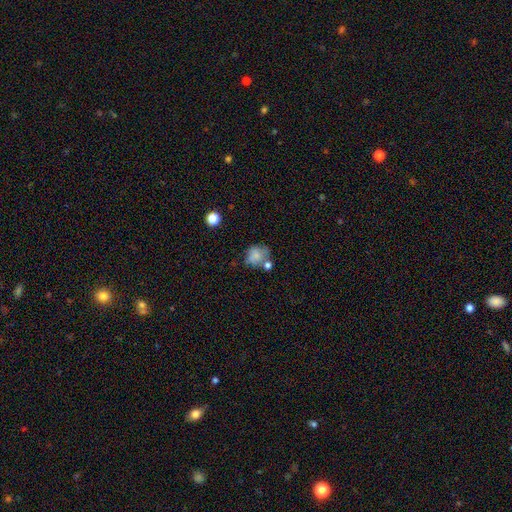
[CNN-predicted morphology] smooth 73%, featured or disk 16%, star or artifact 11%. Down the decision tree: how rounded — round (67%); merging — none (44%).